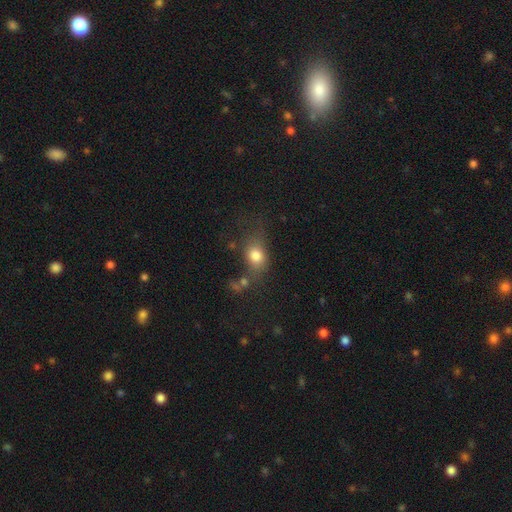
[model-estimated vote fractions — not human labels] The model was most divided on "how rounded": in between: 59%, round: 39%, cigar-shaped: 3%. Remaining: smooth or featured — smooth (76%); merging — none (48%).